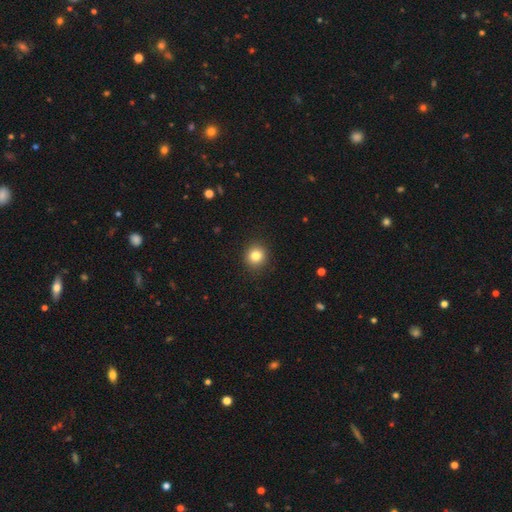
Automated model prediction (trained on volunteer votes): smooth 83%, star or artifact 11%, featured or disk 6%. Down the decision tree: how rounded — round (90%); merging — none (91%).